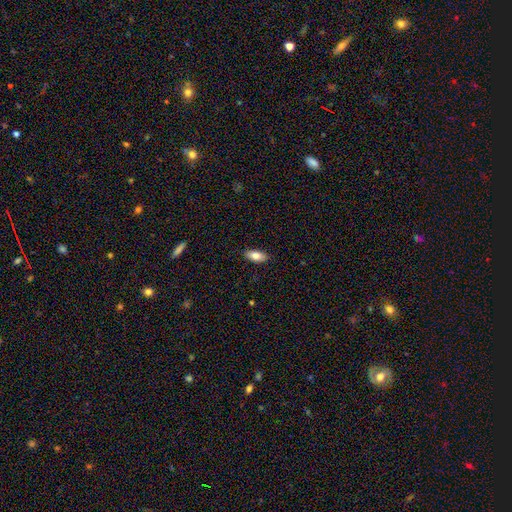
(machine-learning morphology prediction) A smooth galaxy with no disk features (82%) that is in between round and cigar-shaped (89%). Merging: none (89%).